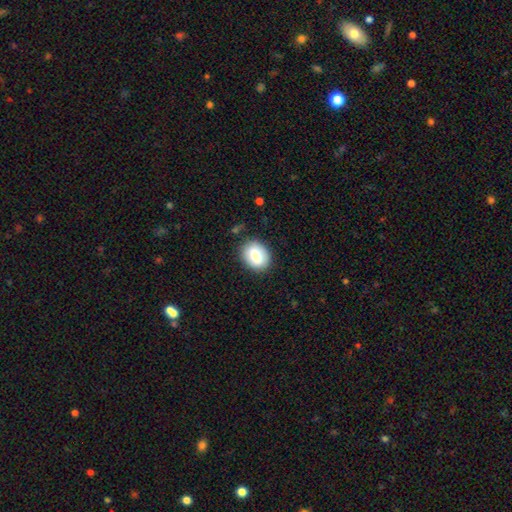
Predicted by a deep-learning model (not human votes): smooth-or-featured: smooth: 77% | featured or disk: 15% | star or artifact: 8%
  how-rounded: in between: 50% | round: 49% | cigar-shaped: 1%
  merging: none: 86% | minor disturbance: 10% | major disturbance: 3% | merger: 1%